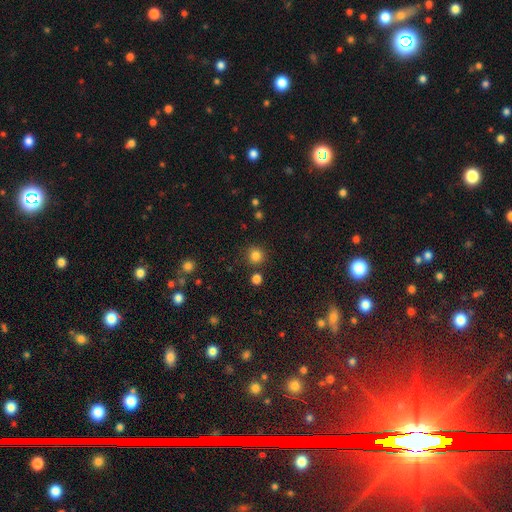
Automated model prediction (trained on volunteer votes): Smooth or featured?
  - smooth: 83% *
  - star or artifact: 13%
  - featured or disk: 4%
How rounded?
  - round: 92% *
  - in between: 7%
  - cigar-shaped: 1%
Merging?
  - none: 84% *
  - minor disturbance: 8%
  - merger: 6%
  - major disturbance: 3%